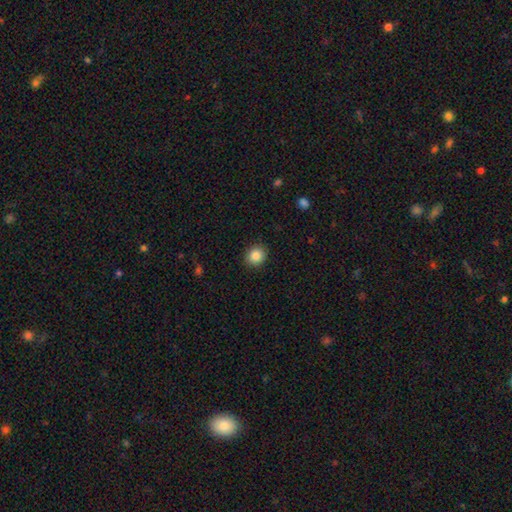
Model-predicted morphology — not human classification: smooth 86%, star or artifact 9%, featured or disk 5%. Down the decision tree: how rounded — round (76%); merging — none (90%).